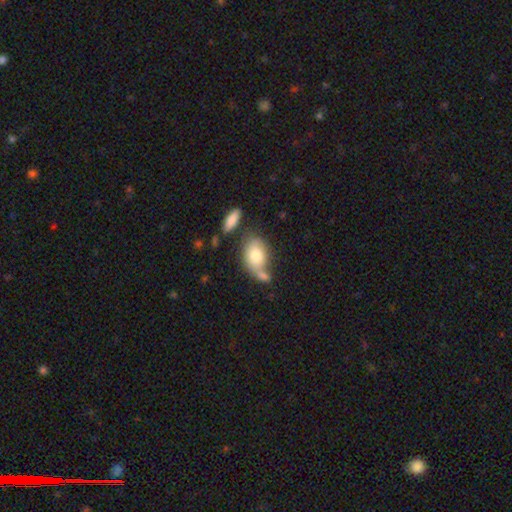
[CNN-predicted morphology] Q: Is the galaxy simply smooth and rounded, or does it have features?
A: smooth — 77%.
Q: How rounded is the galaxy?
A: in between — 84%.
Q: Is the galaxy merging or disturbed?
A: none — 38%.